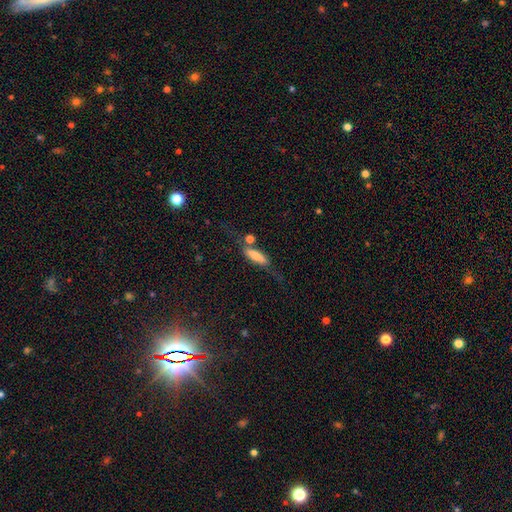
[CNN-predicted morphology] smooth-or-featured: smooth: 63% | featured or disk: 29% | star or artifact: 7%
  how-rounded: cigar-shaped: 62% | in between: 34% | round: 3%
  merging: none: 53% | minor disturbance: 21% | major disturbance: 15% | merger: 11%